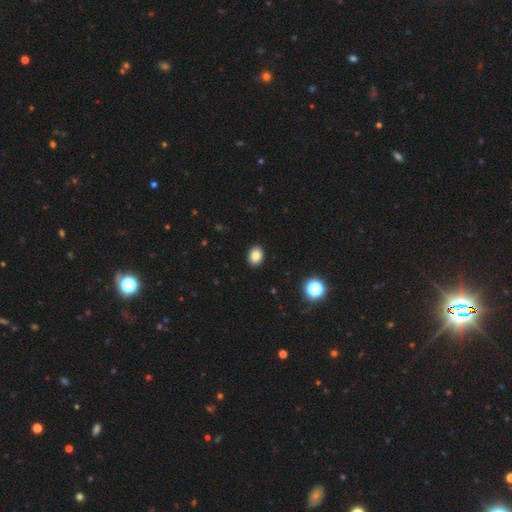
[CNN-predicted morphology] A smooth galaxy with no disk features (85%) that is in between round and cigar-shaped (59%).

Vote fractions:
- Smooth or featured? smooth: 85% / star or artifact: 11% / featured or disk: 5%
- How rounded? in between: 59% / round: 40% / cigar-shaped: 1%
- Merging? none: 91% / minor disturbance: 6% / major disturbance: 2% / merger: 1%